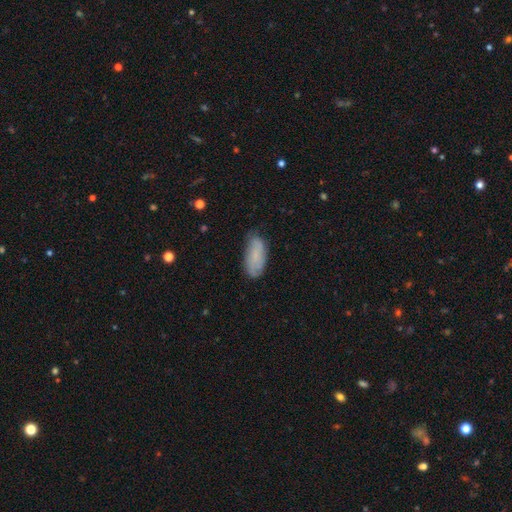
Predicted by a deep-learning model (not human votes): Smooth or featured? Predicted: smooth (p=0.67). How rounded? Predicted: in between (p=0.86). Merging? Predicted: none (p=0.71).